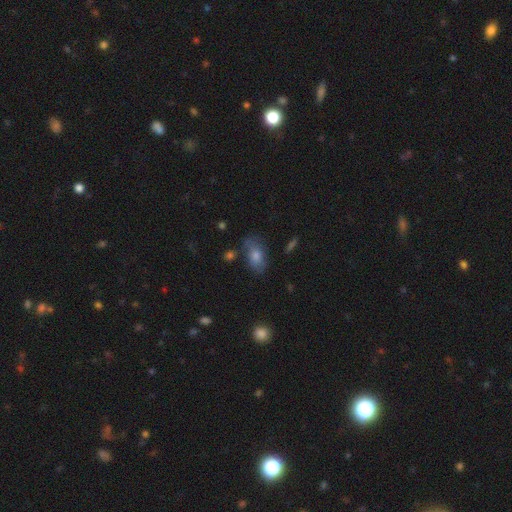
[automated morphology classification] A smooth galaxy with no disk features (66%) that is in between round and cigar-shaped (87%). Merging: none (63%).